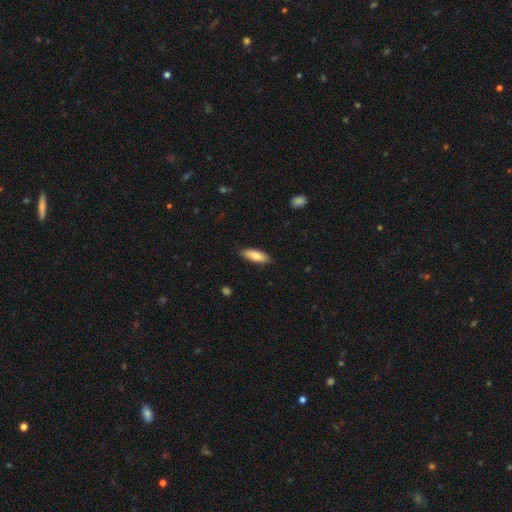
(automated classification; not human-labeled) Smooth or featured? Predicted: smooth (p=0.81). How rounded? Predicted: in between (p=0.57). Merging? Predicted: none (p=0.88).